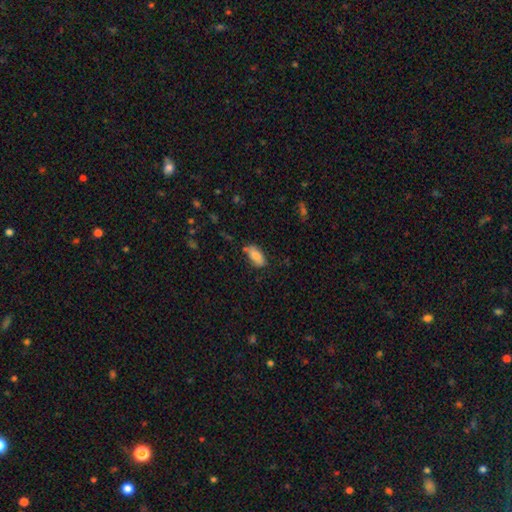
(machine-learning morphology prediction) smooth-or-featured: smooth: 78% | featured or disk: 15% | star or artifact: 7%
  how-rounded: in between: 90% | cigar-shaped: 7% | round: 3%
  merging: none: 69% | minor disturbance: 21% | merger: 5% | major disturbance: 4%